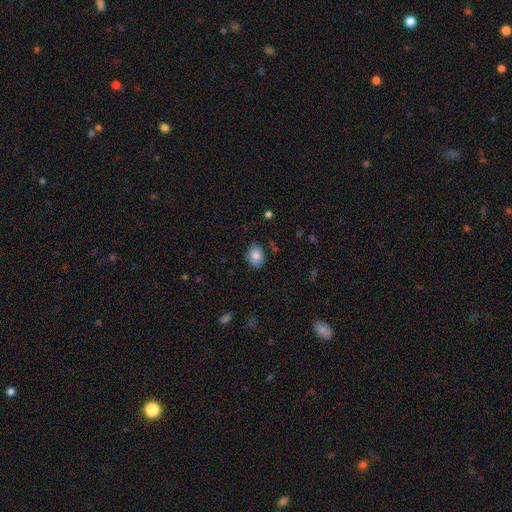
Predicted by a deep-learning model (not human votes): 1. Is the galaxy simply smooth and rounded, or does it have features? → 85% smooth, 8% star or artifact, 7% featured or disk.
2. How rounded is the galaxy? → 64% in between, 35% round, 1% cigar-shaped.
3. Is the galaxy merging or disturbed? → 83% none, 12% minor disturbance, 3% major disturbance, 2% merger.